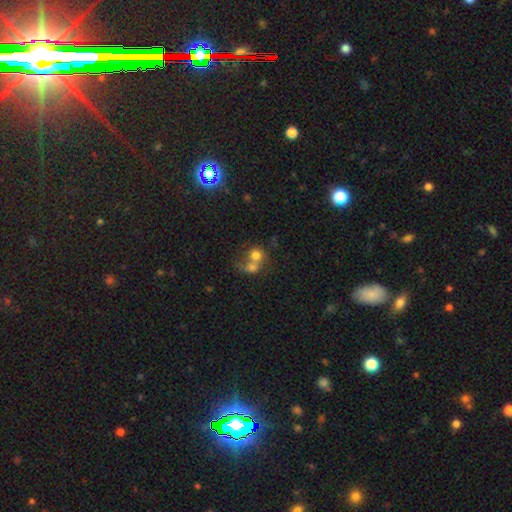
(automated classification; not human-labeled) Smooth or featured?
  - smooth: 68% *
  - featured or disk: 20%
  - star or artifact: 12%
How rounded?
  - round: 73% *
  - in between: 26%
  - cigar-shaped: 1%
Merging?
  - merger: 66% *
  - none: 22%
  - minor disturbance: 6%
  - major disturbance: 6%